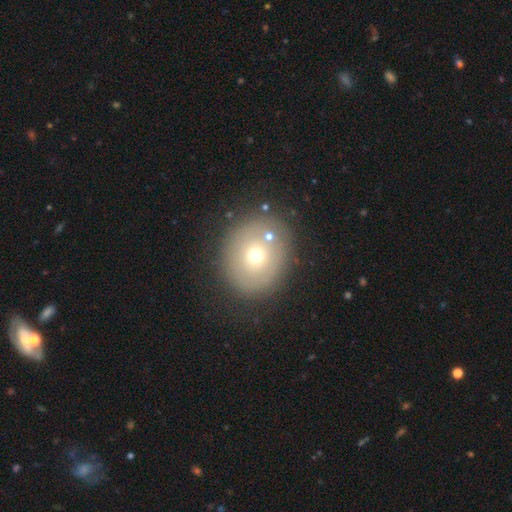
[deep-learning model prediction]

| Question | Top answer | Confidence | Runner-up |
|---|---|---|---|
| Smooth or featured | smooth | 61% | featured or disk (26%) |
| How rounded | round | 73% | in between (26%) |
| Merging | none | 76% | minor disturbance (11%) |